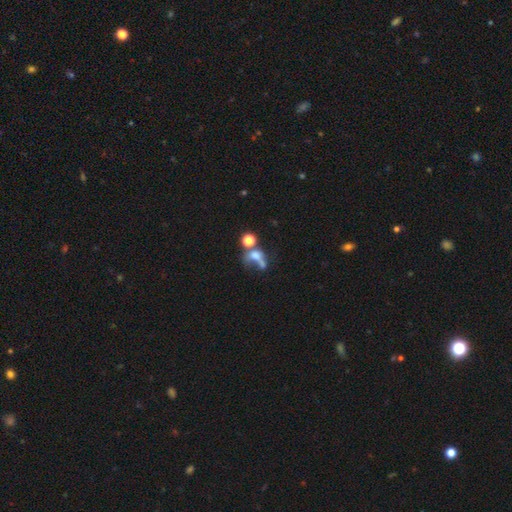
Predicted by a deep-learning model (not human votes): Smooth or featured?
  - smooth: 55% *
  - featured or disk: 25%
  - star or artifact: 20%
How rounded?
  - in between: 49% *
  - round: 47%
  - cigar-shaped: 4%
Merging?
  - merger: 44% *
  - major disturbance: 25%
  - none: 20%
  - minor disturbance: 10%